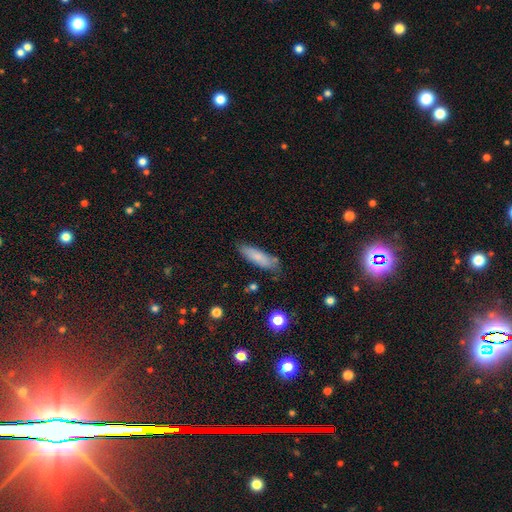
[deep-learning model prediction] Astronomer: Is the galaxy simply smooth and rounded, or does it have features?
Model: smooth — 78%.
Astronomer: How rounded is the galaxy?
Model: cigar-shaped — 55% (runner-up: in between, 43%).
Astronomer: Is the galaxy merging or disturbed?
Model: none — 75%.